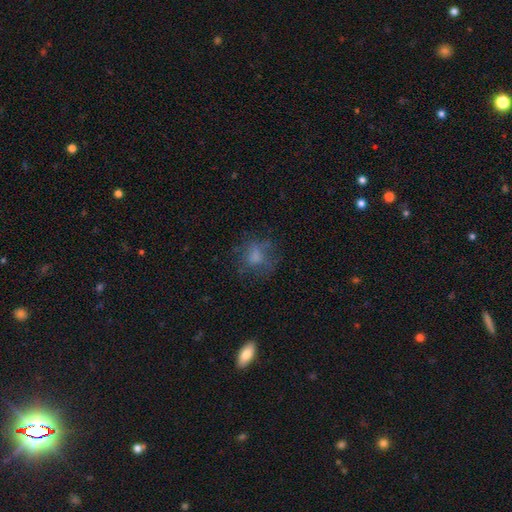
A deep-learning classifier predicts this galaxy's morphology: A smooth galaxy with no disk features (64%) that is round (70%).

Vote fractions:
- Smooth or featured? smooth: 64% / featured or disk: 22% / star or artifact: 15%
- How rounded? round: 70% / in between: 29% / cigar-shaped: 1%
- Merging? none: 58% / major disturbance: 20% / minor disturbance: 20% / merger: 2%